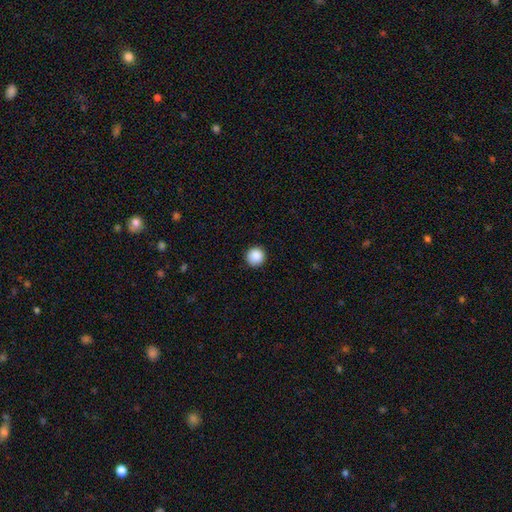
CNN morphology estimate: This is clearly a smooth galaxy (88%). How rounded: clearly round (95%). Merging: clearly none (92%).